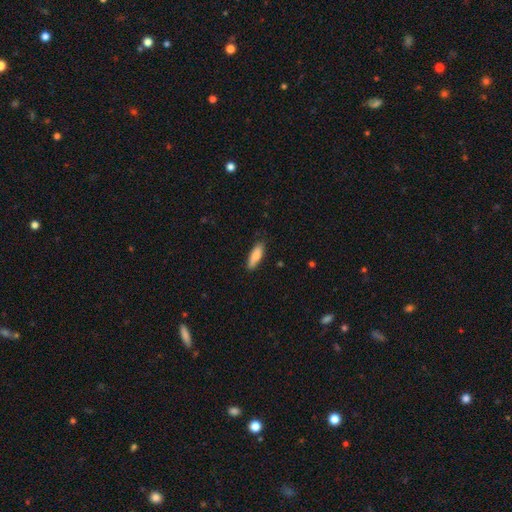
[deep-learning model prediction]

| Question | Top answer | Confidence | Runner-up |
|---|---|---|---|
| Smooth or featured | smooth | 80% | featured or disk (14%) |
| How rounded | in between | 49% | tied: cigar-shaped (49%) |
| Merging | none | 83% | minor disturbance (14%) |